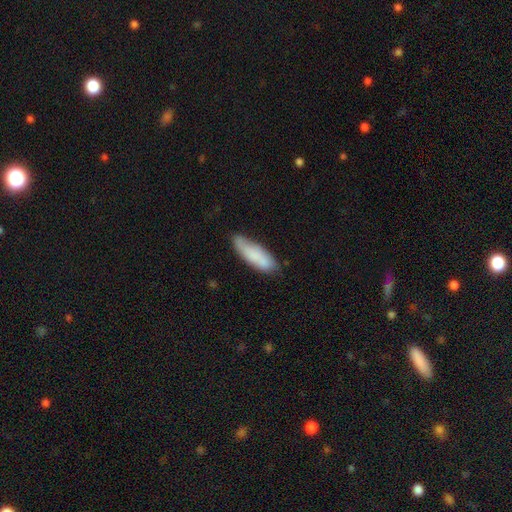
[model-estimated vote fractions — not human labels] Smooth or featured? smooth (77%)
How rounded? in between (50%)
Merging? none (68%)